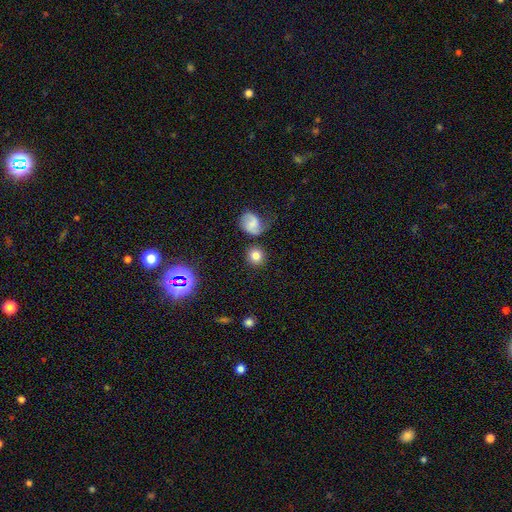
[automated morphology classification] type=smooth (76%); roundness=round (90%); merging=none (78%).